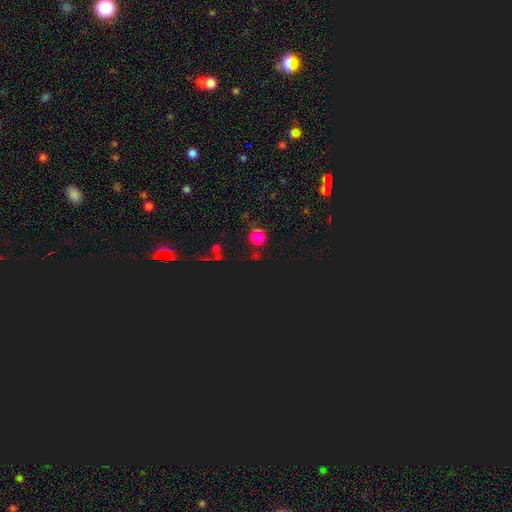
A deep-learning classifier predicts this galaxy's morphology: Overall: star or artifact (48%; smooth 44%).